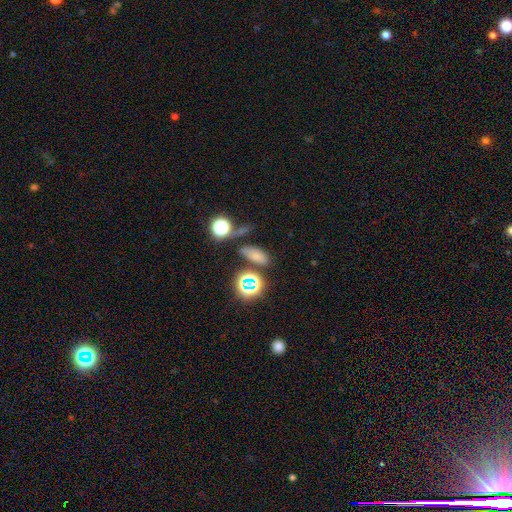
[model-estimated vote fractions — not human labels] A smooth galaxy with no disk features (64%) that is in between round and cigar-shaped (73%). Merging: none (67%).